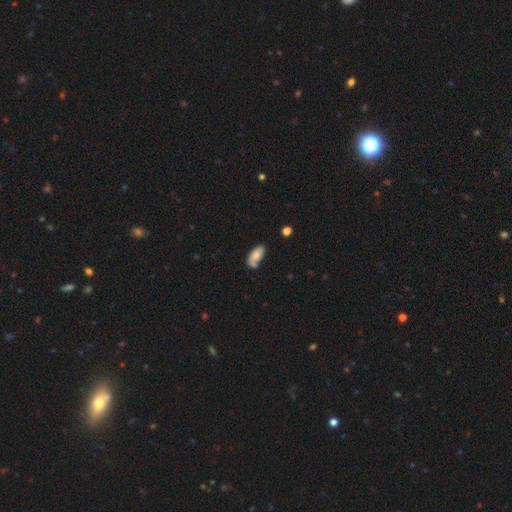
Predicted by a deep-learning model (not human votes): Smooth or featured?
  - smooth: 73% *
  - featured or disk: 19%
  - star or artifact: 8%
How rounded?
  - in between: 89% *
  - cigar-shaped: 8%
  - round: 3%
Merging?
  - none: 45% *
  - minor disturbance: 25%
  - merger: 18%
  - major disturbance: 12%